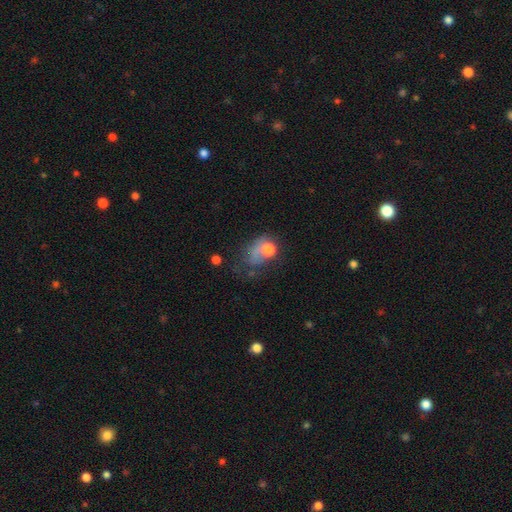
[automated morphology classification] This is possibly a smooth galaxy (59%). How rounded: possibly in between (52%). Merging: marginally major disturbance (41%).